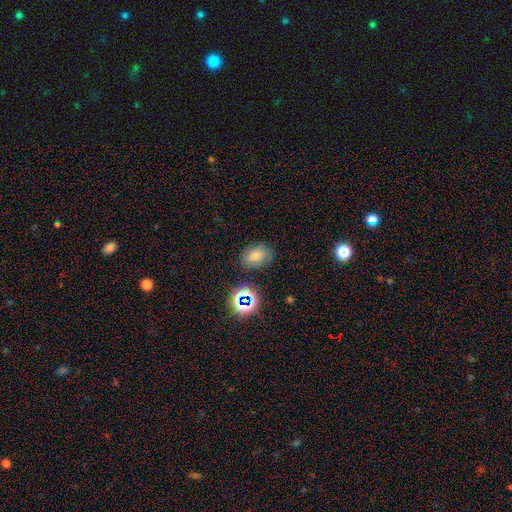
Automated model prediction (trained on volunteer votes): This is possibly a smooth galaxy (56%). How rounded: likely in between (74%). Merging: likely none (79%).